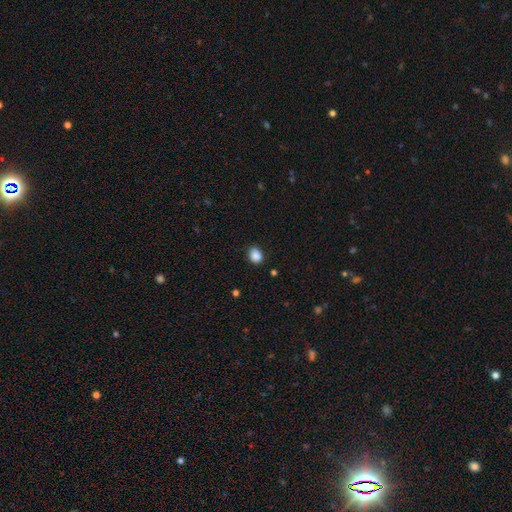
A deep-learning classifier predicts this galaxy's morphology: Smooth or featured?
  - smooth: 87% *
  - star or artifact: 9%
  - featured or disk: 3%
How rounded?
  - in between: 52% *
  - round: 47%
  - cigar-shaped: 1%
Merging?
  - none: 81% *
  - minor disturbance: 15%
  - major disturbance: 3%
  - merger: 1%